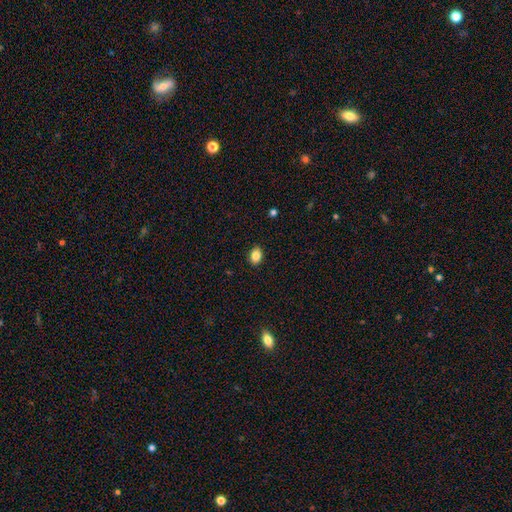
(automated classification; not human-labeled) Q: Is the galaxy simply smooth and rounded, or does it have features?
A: smooth — 85%.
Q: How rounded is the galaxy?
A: in between — 69%.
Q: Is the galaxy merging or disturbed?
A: none — 90%.